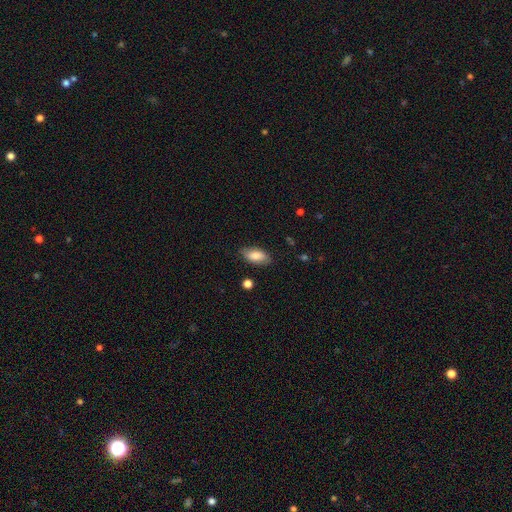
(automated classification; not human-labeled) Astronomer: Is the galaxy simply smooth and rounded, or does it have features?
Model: smooth — 79%.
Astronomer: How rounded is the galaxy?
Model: in between — 91%.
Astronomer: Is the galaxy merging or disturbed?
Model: none — 80%.